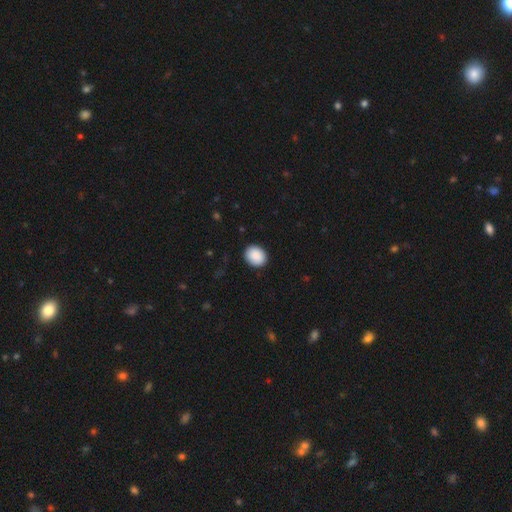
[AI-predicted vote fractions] smooth_or_featured: smooth (p=0.90) [alt: star or artifact p=0.07]
how_rounded: round (p=0.60) [alt: in between p=0.39]
merging: none (p=0.90) [alt: minor disturbance p=0.07]